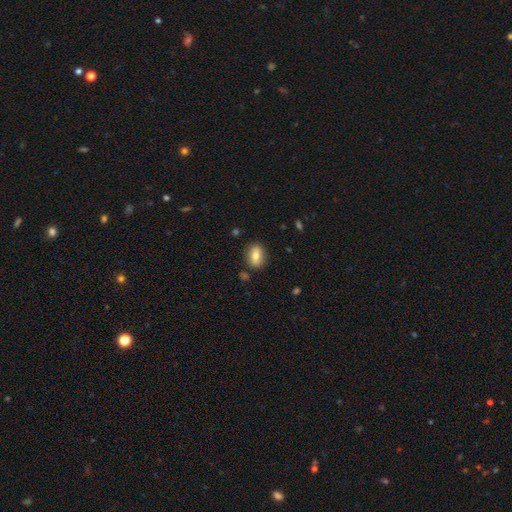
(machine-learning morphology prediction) Smooth or featured: smooth — 74% (featured or disk — 18%)
How rounded: in between — 75% (round — 21%)
Merging: none — 85% (minor disturbance — 10%)